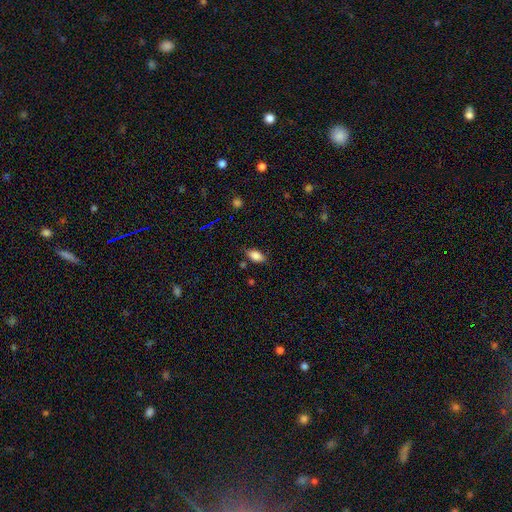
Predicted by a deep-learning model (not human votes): Smooth or featured: smooth — 83% (star or artifact — 10%)
How rounded: in between — 90% (round — 5%)
Merging: none — 78% (minor disturbance — 16%)